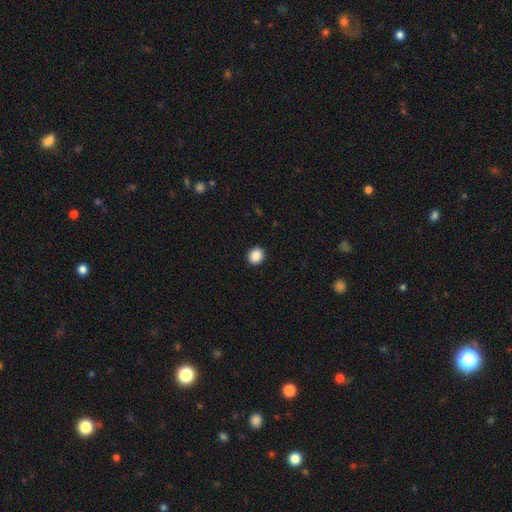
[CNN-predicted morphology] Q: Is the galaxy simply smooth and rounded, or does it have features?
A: smooth — 88%.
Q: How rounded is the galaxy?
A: round — 82%.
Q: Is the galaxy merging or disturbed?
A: none — 93%.